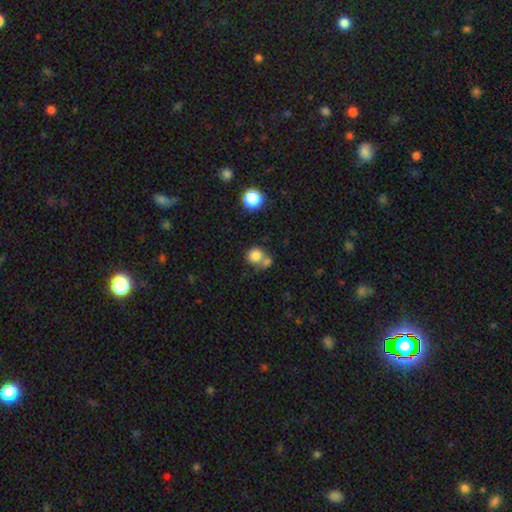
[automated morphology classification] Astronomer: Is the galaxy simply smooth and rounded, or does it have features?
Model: smooth — 81%.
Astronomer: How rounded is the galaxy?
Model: round — 85%.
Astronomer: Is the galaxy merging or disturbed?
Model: none — 48% (runner-up: merger, 39%).